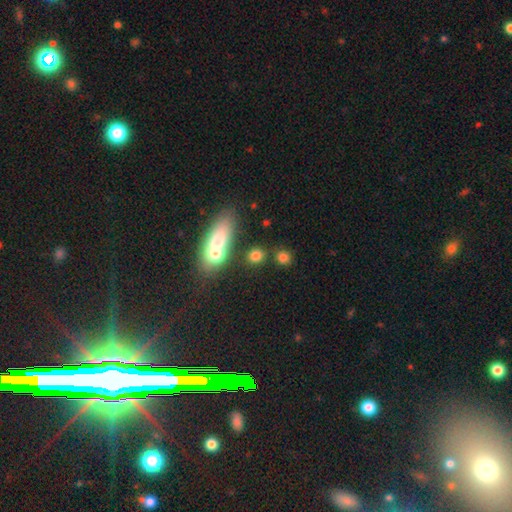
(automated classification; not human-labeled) smooth 78%, star or artifact 13%, featured or disk 9%. Down the decision tree: how rounded — round (70%); merging — none (65%).